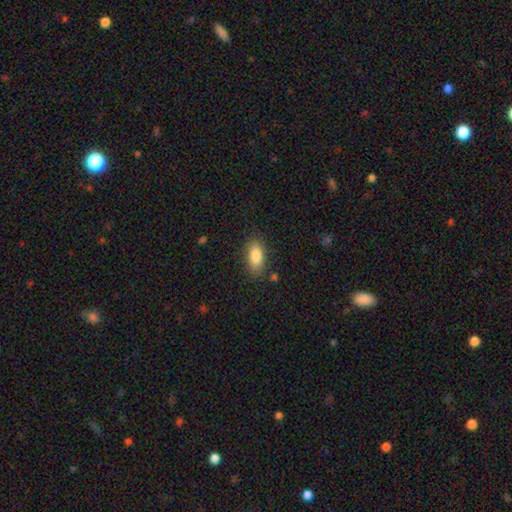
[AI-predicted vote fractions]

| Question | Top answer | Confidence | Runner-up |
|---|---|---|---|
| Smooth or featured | smooth | 85% | star or artifact (7%) |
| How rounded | in between | 87% | cigar-shaped (9%) |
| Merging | none | 82% | minor disturbance (13%) |